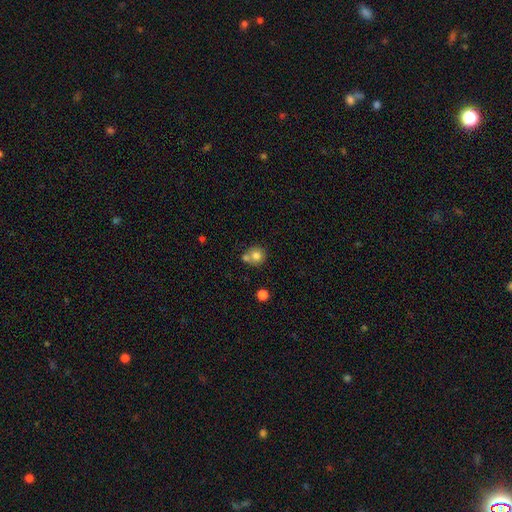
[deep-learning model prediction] smooth 77%, featured or disk 12%, star or artifact 11%. Down the decision tree: how rounded — round (90%); merging — none (54%).